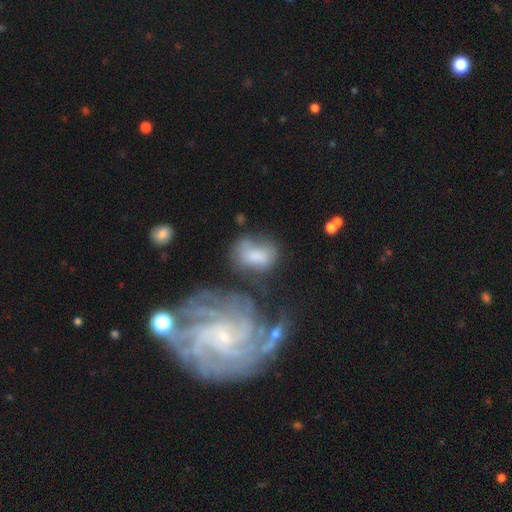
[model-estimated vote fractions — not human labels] Smooth or featured?
  - smooth: 59% *
  - featured or disk: 31%
  - star or artifact: 10%
How rounded?
  - in between: 74% *
  - round: 24%
  - cigar-shaped: 2%
Merging?
  - none: 33% *
  - minor disturbance: 24%
  - merger: 22%
  - major disturbance: 21%